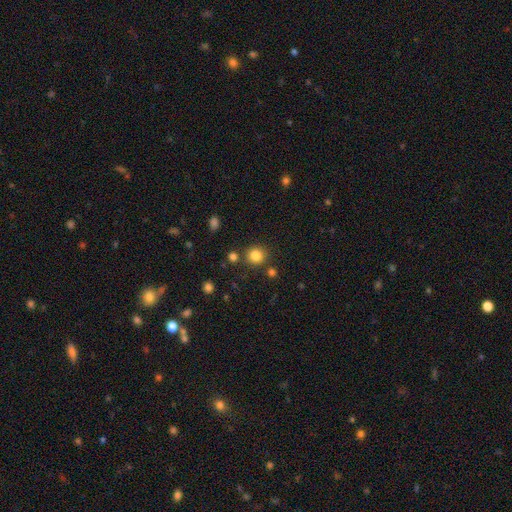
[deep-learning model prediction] Smooth or featured? Predicted: smooth (p=0.83). How rounded? Predicted: round (p=0.88). Merging? Predicted: none (p=0.84).